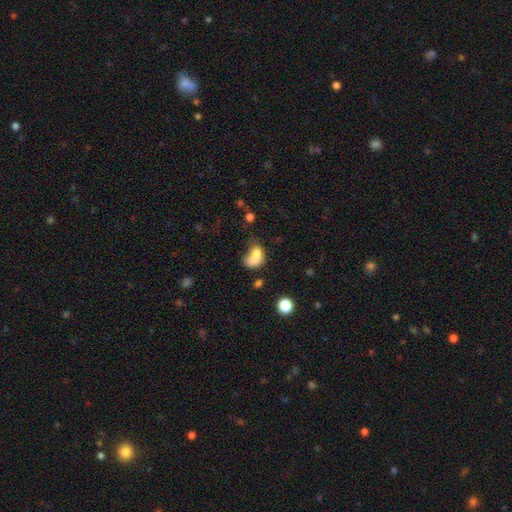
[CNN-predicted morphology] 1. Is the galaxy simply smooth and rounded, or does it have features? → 72% smooth, 17% featured or disk, 11% star or artifact.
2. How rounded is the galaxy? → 71% in between, 27% round, 2% cigar-shaped.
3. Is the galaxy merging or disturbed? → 42% merger, 23% major disturbance, 20% none, 16% minor disturbance.